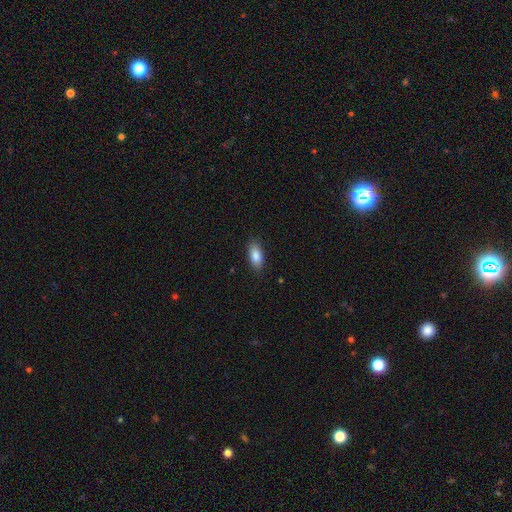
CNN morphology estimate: This appears to be a smooth galaxy with no disk features (86%) that is in between round and cigar-shaped (86%). Merging: none (86%).